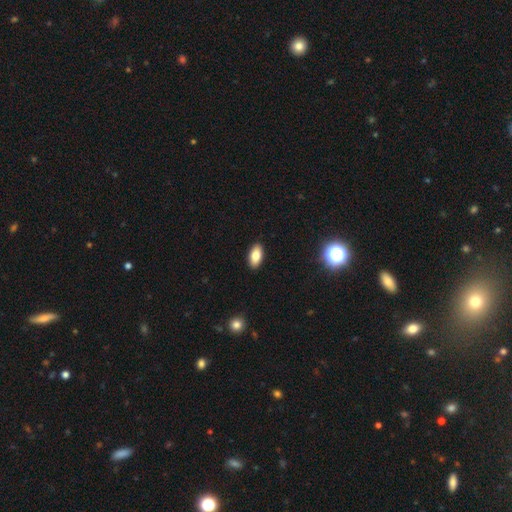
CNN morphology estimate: Smooth or featured: smooth — 82% (featured or disk — 10%)
How rounded: in between — 91% (cigar-shaped — 6%)
Merging: none — 91% (minor disturbance — 7%)